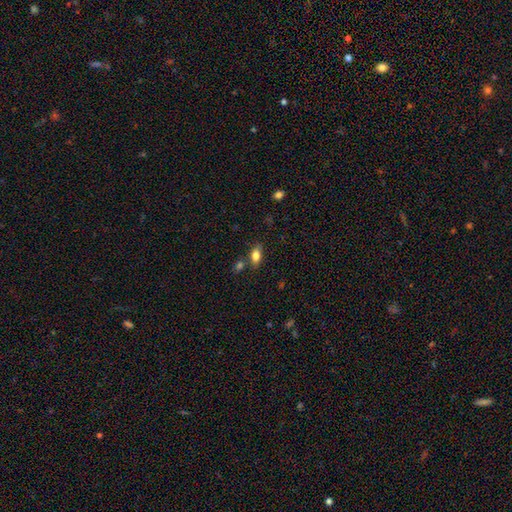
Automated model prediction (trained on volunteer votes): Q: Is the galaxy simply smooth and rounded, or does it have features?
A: smooth — 79%.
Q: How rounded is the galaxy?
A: in between — 85%.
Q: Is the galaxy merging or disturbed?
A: none — 71%.